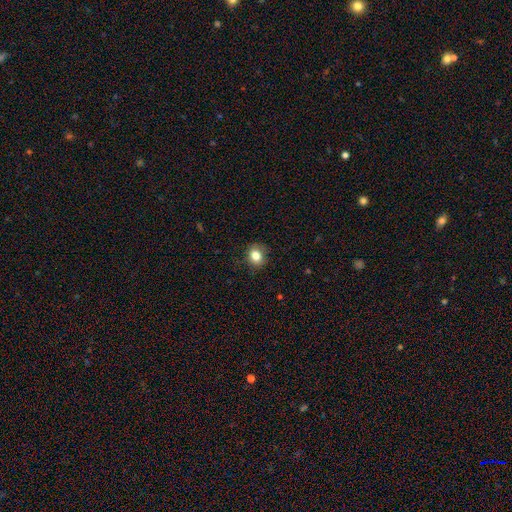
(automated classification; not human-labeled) This is clearly a smooth galaxy (83%). How rounded: likely round (63%). Merging: clearly none (82%).